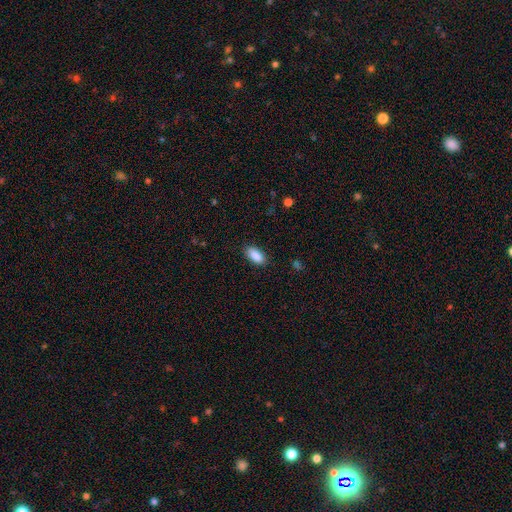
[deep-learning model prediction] Smooth or featured? Predicted: smooth (p=0.90). How rounded? Predicted: in between (p=0.91). Merging? Predicted: none (p=0.87).